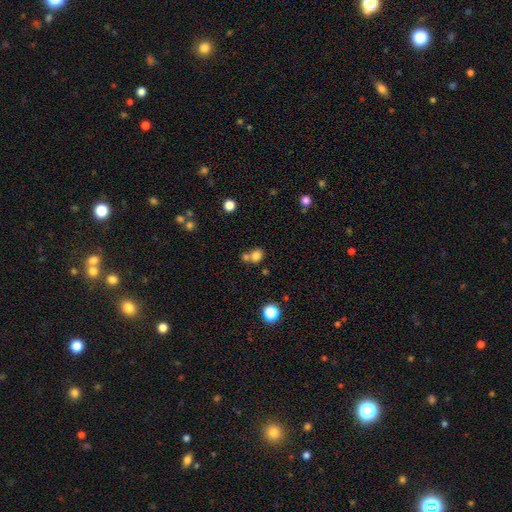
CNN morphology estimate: The model was most divided on "merging": none: 47%, merger: 40%, minor disturbance: 9%, major disturbance: 4%. More confident: smooth or featured — smooth (78%); how rounded — round (70%).